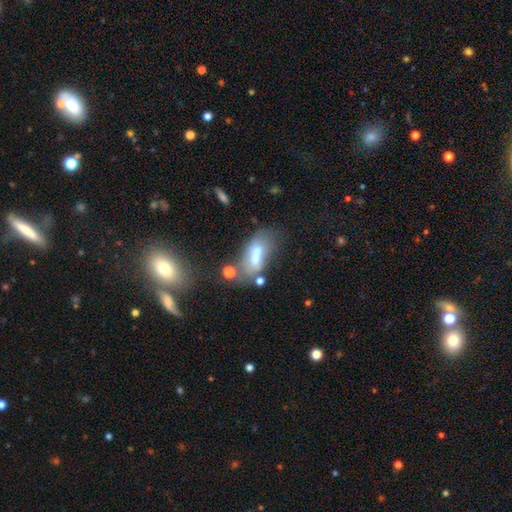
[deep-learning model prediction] Smooth or featured?
  - smooth: 52% *
  - featured or disk: 36%
  - star or artifact: 12%
How rounded?
  - in between: 77% *
  - cigar-shaped: 18%
  - round: 6%
Merging?
  - none: 34% *
  - merger: 29%
  - minor disturbance: 19%
  - major disturbance: 18%